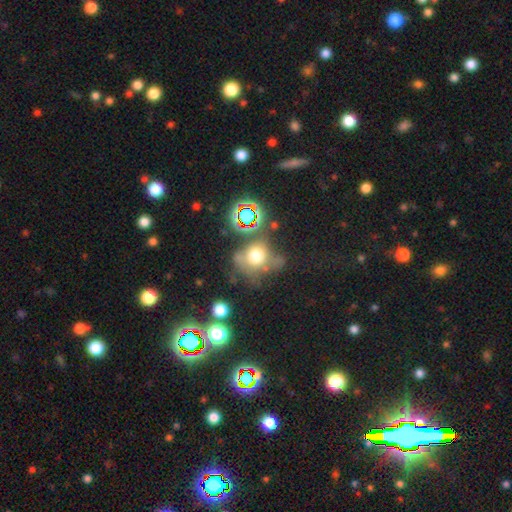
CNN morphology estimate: Smooth or featured?
  - smooth: 53% *
  - featured or disk: 24%
  - star or artifact: 23%
How rounded?
  - round: 65% *
  - in between: 33%
  - cigar-shaped: 2%
Merging?
  - none: 40% *
  - major disturbance: 23%
  - minor disturbance: 22%
  - merger: 15%